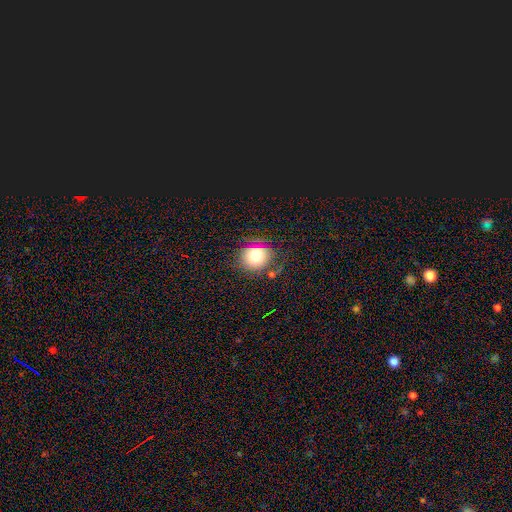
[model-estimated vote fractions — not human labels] A smooth galaxy with no disk features (71%) that is round (76%). Merging: none (70%).